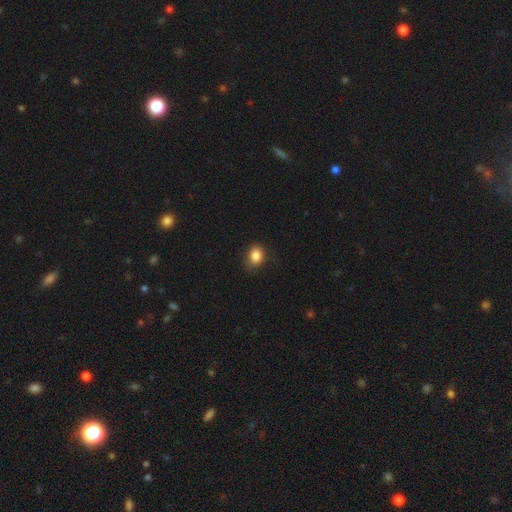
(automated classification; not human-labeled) Smooth or featured? Predicted: smooth (p=0.86). How rounded? Predicted: round (p=0.50). Merging? Predicted: none (p=0.78).